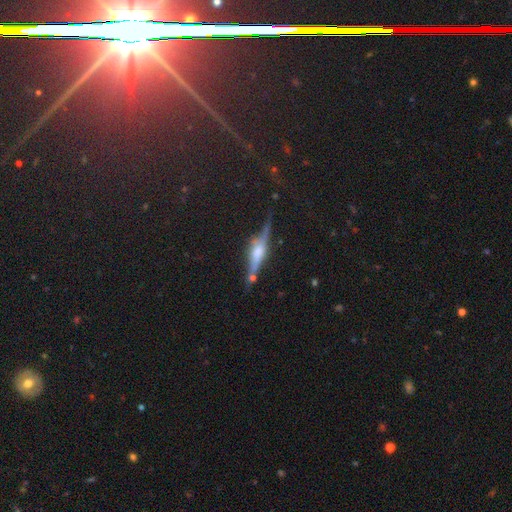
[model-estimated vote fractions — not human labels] This is likely a featured or disk galaxy (73%). It is clearly viewed edge-on (93%). Edge-on bulge: likely rounded (75%). Merging: likely none (67%).